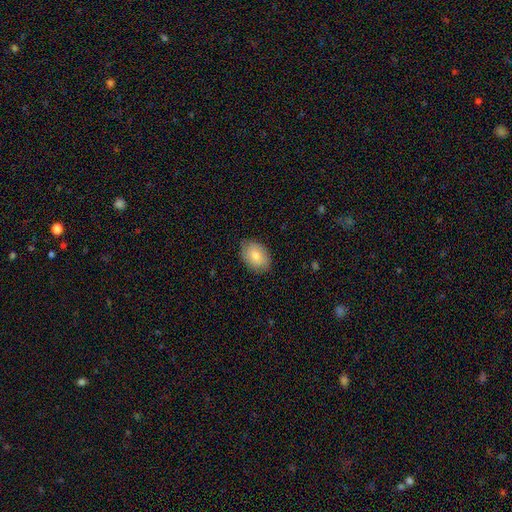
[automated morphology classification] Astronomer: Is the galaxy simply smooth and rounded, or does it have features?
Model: smooth — 79%.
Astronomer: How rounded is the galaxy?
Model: in between — 83%.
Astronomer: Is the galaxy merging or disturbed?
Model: none — 83%.